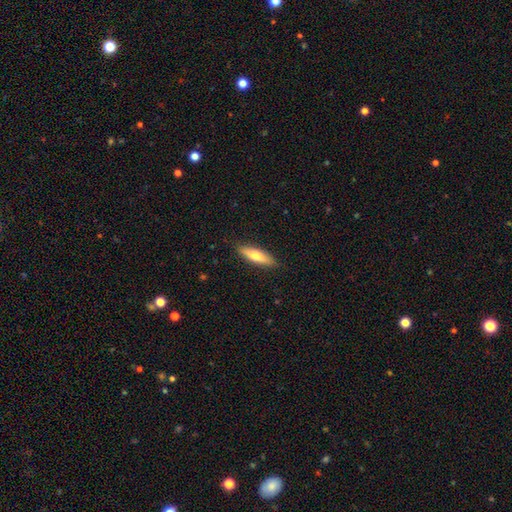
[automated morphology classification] This is likely a smooth galaxy (65%). How rounded: likely cigar-shaped (65%). Merging: clearly none (88%).